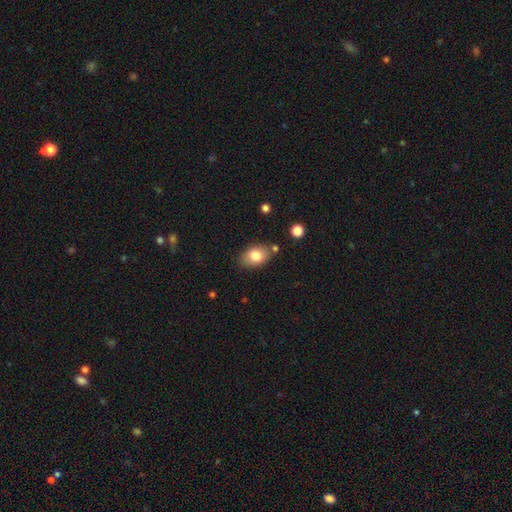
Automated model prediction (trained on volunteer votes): A smooth galaxy with no disk features (81%) that is in between round and cigar-shaped (84%). Merging: none (77%).